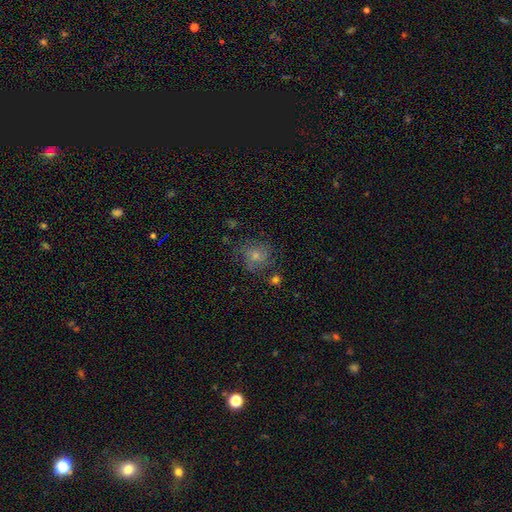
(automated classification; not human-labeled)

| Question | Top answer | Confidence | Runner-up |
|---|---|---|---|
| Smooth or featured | smooth | 50% | featured or disk (35%) |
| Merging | none | 61% | minor disturbance (21%) |